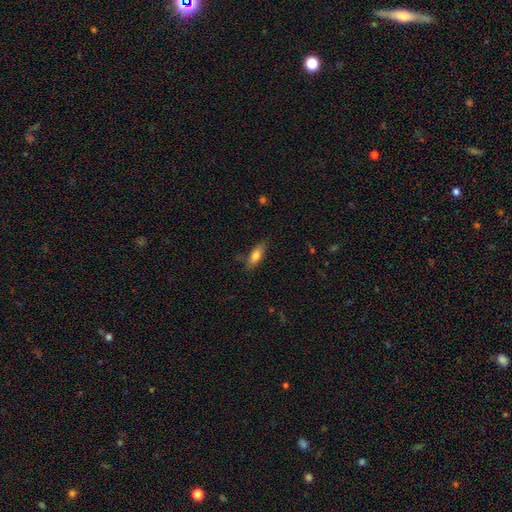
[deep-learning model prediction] Morphology: type=smooth (74%); roundness=in between (66%); merging=none (72%).